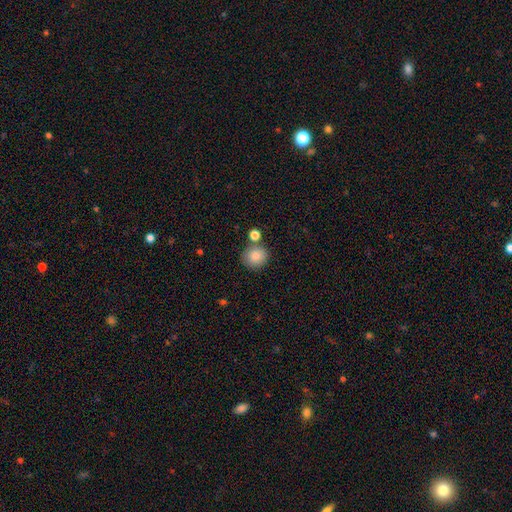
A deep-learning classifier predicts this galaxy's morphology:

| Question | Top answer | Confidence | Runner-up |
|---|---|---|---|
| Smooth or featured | smooth | 85% | star or artifact (9%) |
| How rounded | round | 86% | in between (13%) |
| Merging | none | 75% | merger (13%) |